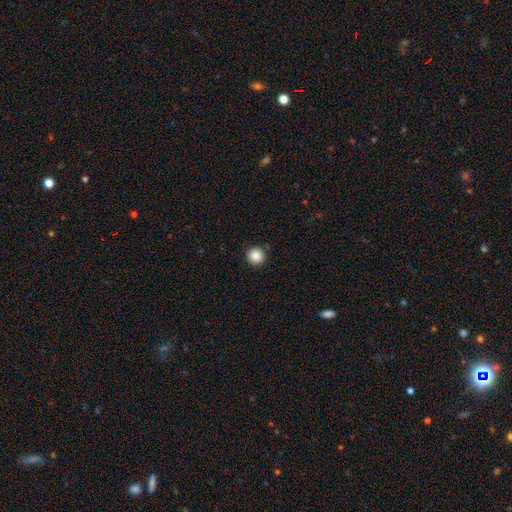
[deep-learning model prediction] This appears to be a smooth galaxy with no disk features (87%) that is round (95%). Merging: none (91%).